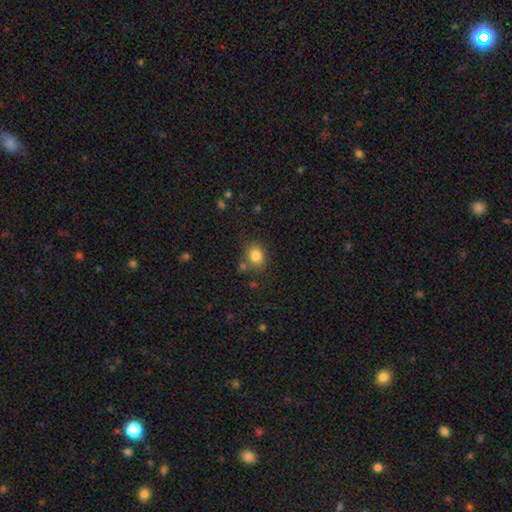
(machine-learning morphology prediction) Smooth or featured? Predicted: smooth (p=0.83). How rounded? Predicted: round (p=0.53). Merging? Predicted: none (p=0.72).